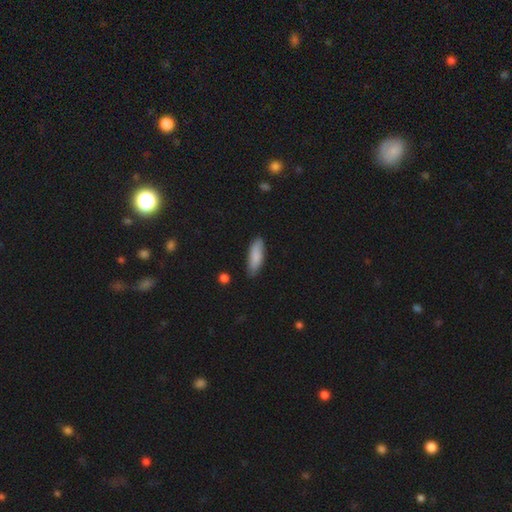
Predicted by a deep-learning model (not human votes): A smooth galaxy with no disk features (84%) that is in between round and cigar-shaped (53%). Merging: none (82%).